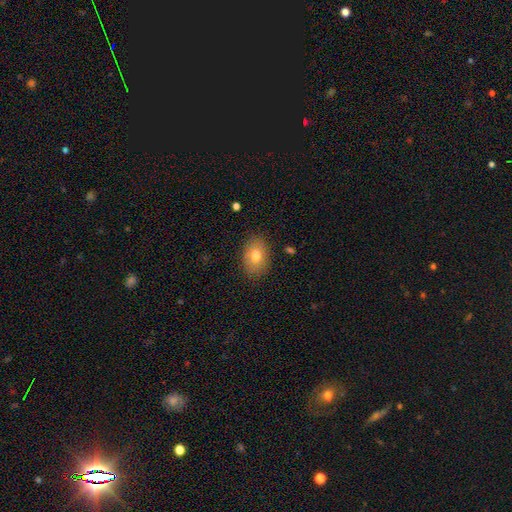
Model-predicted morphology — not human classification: A smooth galaxy with no disk features (76%) that is in between round and cigar-shaped (80%). Merging: none (84%).